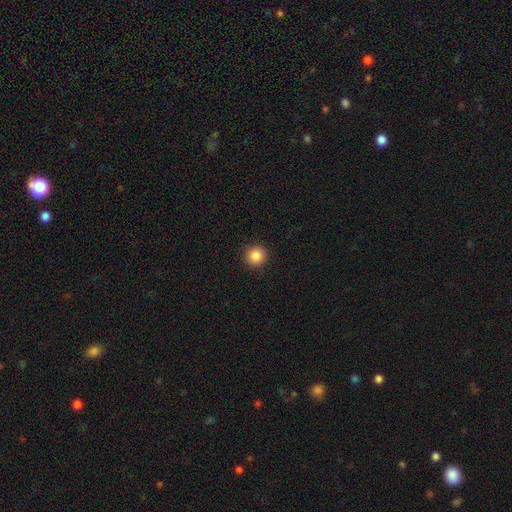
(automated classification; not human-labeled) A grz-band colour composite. It shows a smooth galaxy with no disk features (86%) that is round (95%). Merging: none (93%).